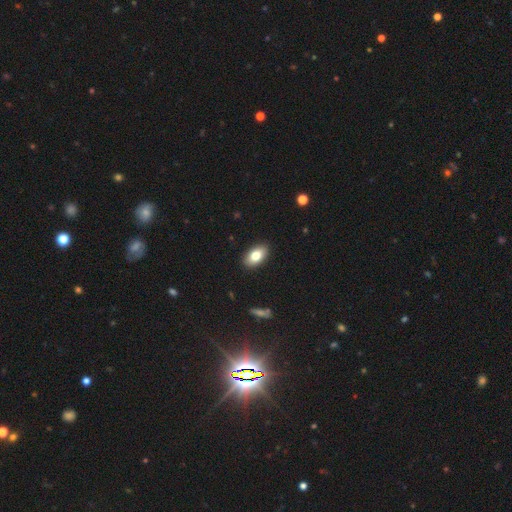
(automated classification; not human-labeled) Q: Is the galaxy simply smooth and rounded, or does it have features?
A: smooth — 78%.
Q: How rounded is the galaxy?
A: in between — 92%.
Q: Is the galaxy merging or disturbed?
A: none — 89%.